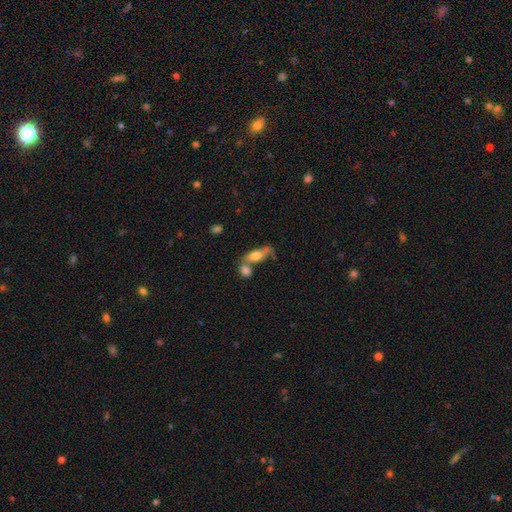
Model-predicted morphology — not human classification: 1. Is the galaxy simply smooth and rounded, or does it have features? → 59% smooth, 32% featured or disk, 9% star or artifact.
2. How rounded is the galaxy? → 68% in between, 26% cigar-shaped, 7% round.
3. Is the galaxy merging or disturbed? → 45% merger, 31% none, 13% minor disturbance, 10% major disturbance.